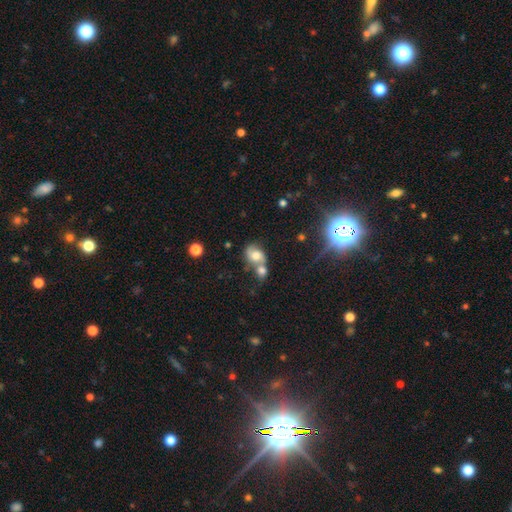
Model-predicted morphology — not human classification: type=smooth (49%); merging=merger (58%).